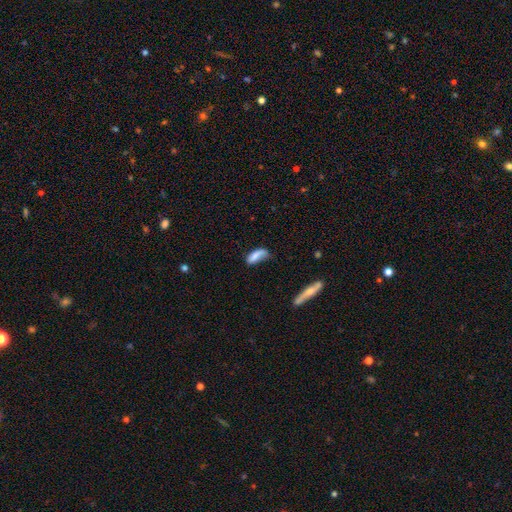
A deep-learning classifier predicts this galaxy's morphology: A smooth galaxy with no disk features (71%) that is in between round and cigar-shaped (80%). Merging: none (39%).